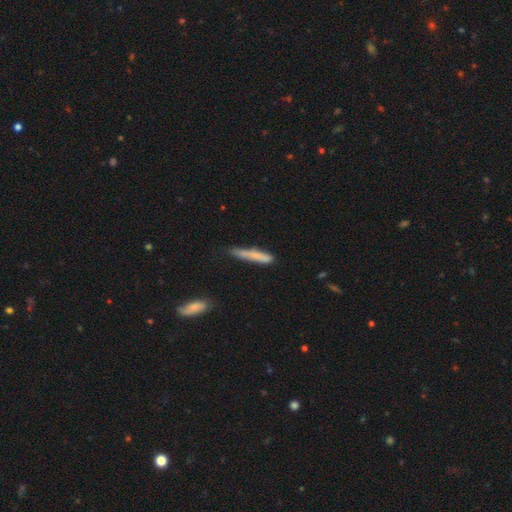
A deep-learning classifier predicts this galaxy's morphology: Overall: smooth (73%). How rounded: cigar-shaped (93%). Merging: none (66%).